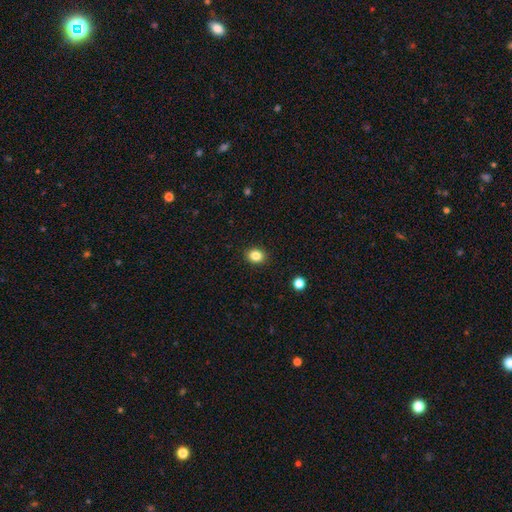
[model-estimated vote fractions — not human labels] The model was most divided on "how rounded": round: 56%, in between: 44%, cigar-shaped: 1%. More confident: merging — none (91%); smooth or featured — smooth (84%).